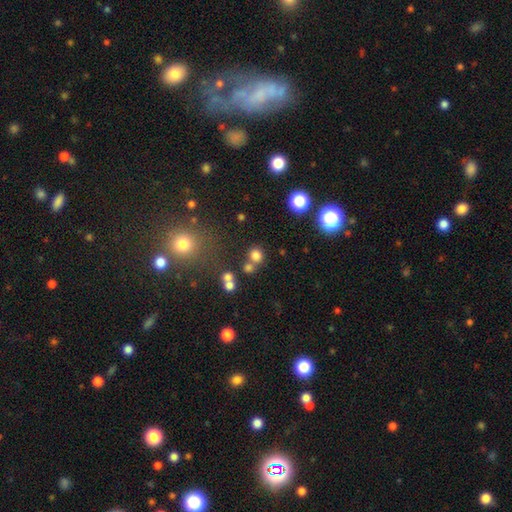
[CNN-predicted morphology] Overall: smooth (75%). How rounded: round (85%). Merging: none (65%).